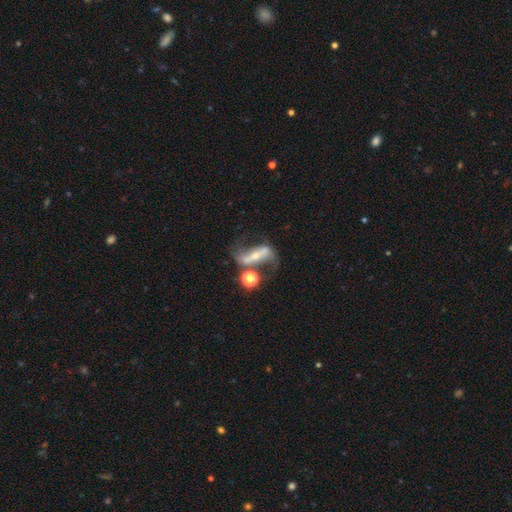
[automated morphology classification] smooth-or-featured: featured or disk: 76% | smooth: 16% | star or artifact: 8%
  disk-edge-on: no: 83% | yes: 17%
    bar: strong: 66% | weak: 18% | no: 16%
    has-spiral-arms: yes: 83% | no: 17%
      spiral-winding: loose: 70% | medium: 22% | tight: 8%
      spiral-arm-count: 2: 88% | can't tell: 5% | 1: 4% | 3: 1% | 4: 1% | more than 4: 1%
    bulge-size: small: 52% | moderate: 35% | none: 5% | large: 5% | dominant: 2%
  merging: none: 48% | major disturbance: 18% | merger: 18% | minor disturbance: 16%